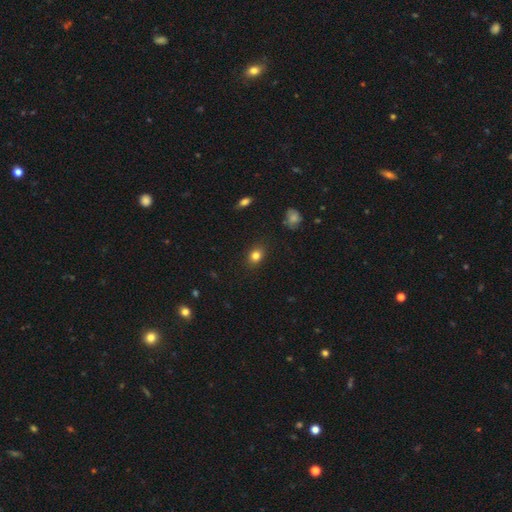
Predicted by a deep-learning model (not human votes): Smooth or featured: smooth — 82% (star or artifact — 12%)
How rounded: in between — 50% (round — 48%)
Merging: none — 86% (minor disturbance — 10%)